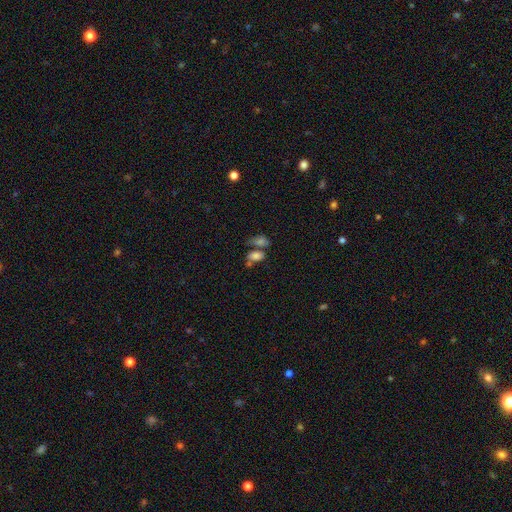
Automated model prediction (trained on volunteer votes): smooth_or_featured: smooth (p=0.75) [alt: star or artifact p=0.13]
how_rounded: in between (p=0.87) [alt: round p=0.10]
merging: merger (p=0.44) [alt: none p=0.34]